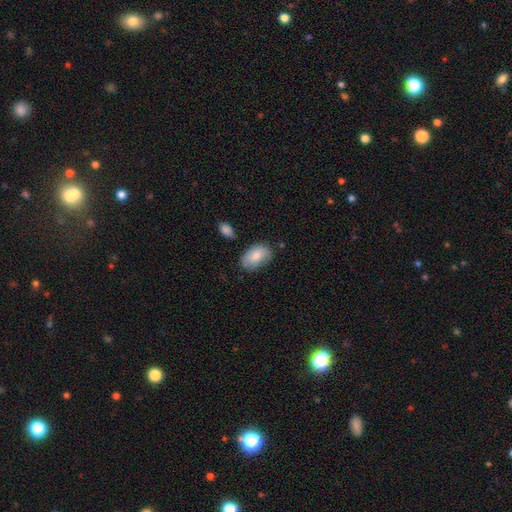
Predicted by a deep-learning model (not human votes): A smooth galaxy with no disk features (79%) that is in between round and cigar-shaped (92%).

Vote fractions:
- Smooth or featured? smooth: 79% / featured or disk: 15% / star or artifact: 6%
- How rounded? in between: 92% / round: 7% / cigar-shaped: 1%
- Merging? none: 69% / minor disturbance: 22% / major disturbance: 5% / merger: 4%